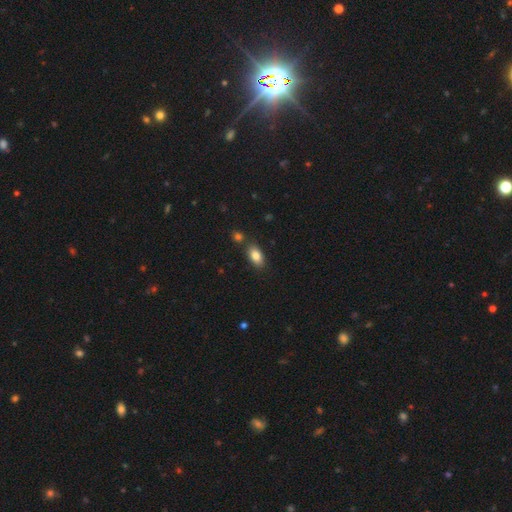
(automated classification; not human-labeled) A smooth galaxy with no disk features (83%) that is in between round and cigar-shaped (90%). Merging: none (79%).